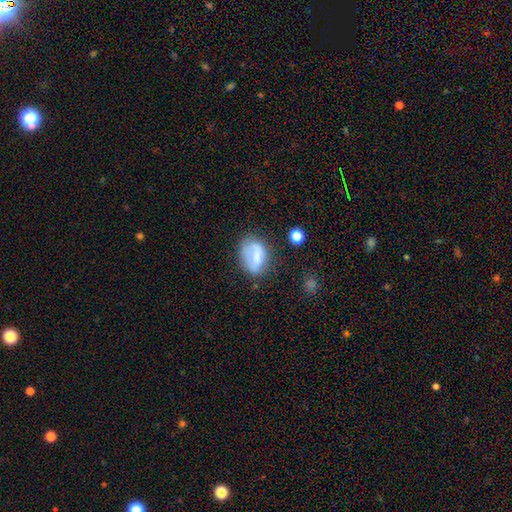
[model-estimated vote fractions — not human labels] This is likely a smooth galaxy (66%). How rounded: likely in between (77%). Merging: possibly none (50%).